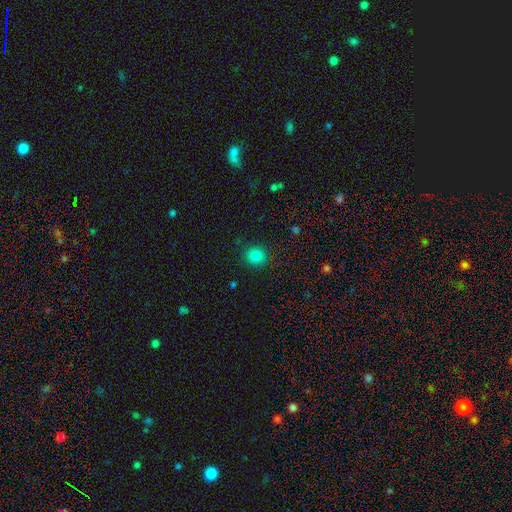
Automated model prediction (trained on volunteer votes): smooth-or-featured: smooth: 84% | star or artifact: 12% | featured or disk: 4%
  how-rounded: round: 85% | in between: 14% | cigar-shaped: 1%
  merging: none: 90% | minor disturbance: 7% | major disturbance: 2% | merger: 1%